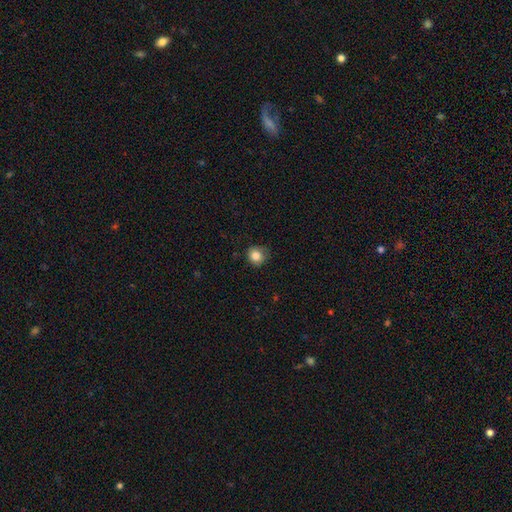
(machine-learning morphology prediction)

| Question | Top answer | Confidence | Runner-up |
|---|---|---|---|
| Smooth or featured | smooth | 84% | star or artifact (10%) |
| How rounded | round | 87% | in between (12%) |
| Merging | none | 76% | minor disturbance (19%) |